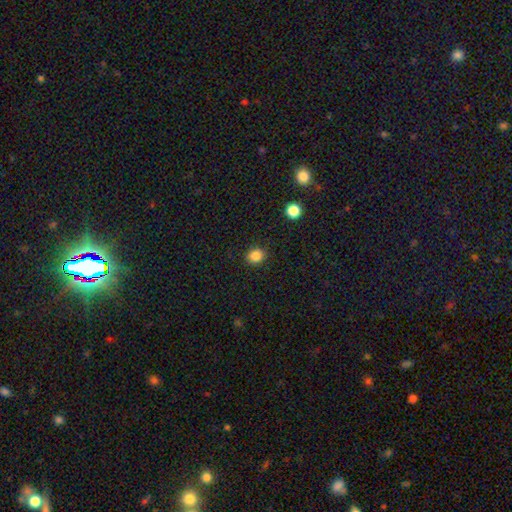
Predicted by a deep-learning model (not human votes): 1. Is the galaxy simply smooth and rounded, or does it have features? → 85% smooth, 11% star or artifact, 5% featured or disk.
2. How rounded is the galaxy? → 64% round, 36% in between, 1% cigar-shaped.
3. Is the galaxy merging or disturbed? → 88% none, 9% minor disturbance, 2% major disturbance, 1% merger.